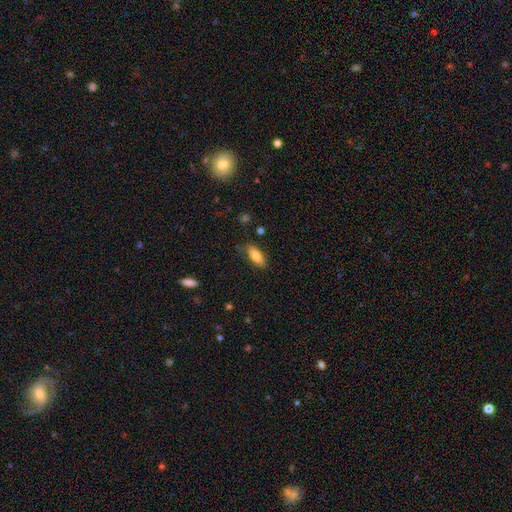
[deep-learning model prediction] smooth-or-featured: smooth: 80% | featured or disk: 13% | star or artifact: 7%
  how-rounded: in between: 74% | cigar-shaped: 24% | round: 2%
  merging: none: 79% | minor disturbance: 16% | major disturbance: 3% | merger: 2%